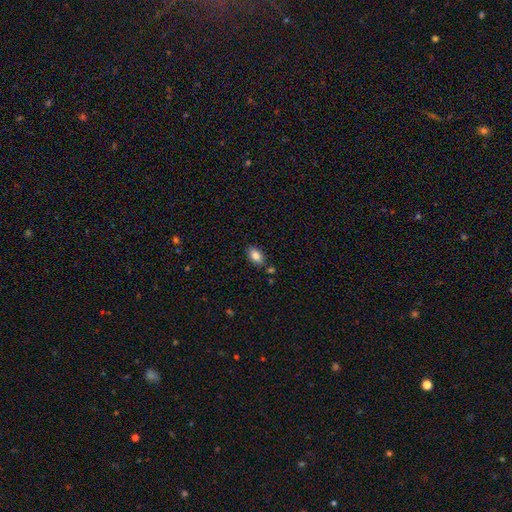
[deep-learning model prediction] Smooth or featured: smooth — 84% (featured or disk — 8%)
How rounded: in between — 90% (round — 7%)
Merging: none — 81% (minor disturbance — 12%)